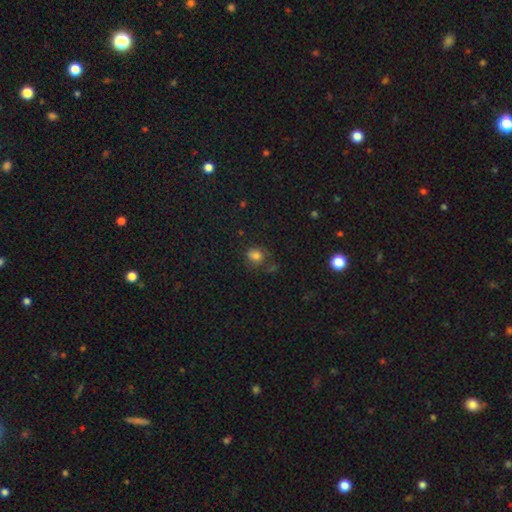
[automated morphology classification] smooth-or-featured: smooth: 76% | star or artifact: 15% | featured or disk: 9%
  how-rounded: round: 70% | in between: 29% | cigar-shaped: 1%
  merging: none: 57% | minor disturbance: 24% | major disturbance: 13% | merger: 6%